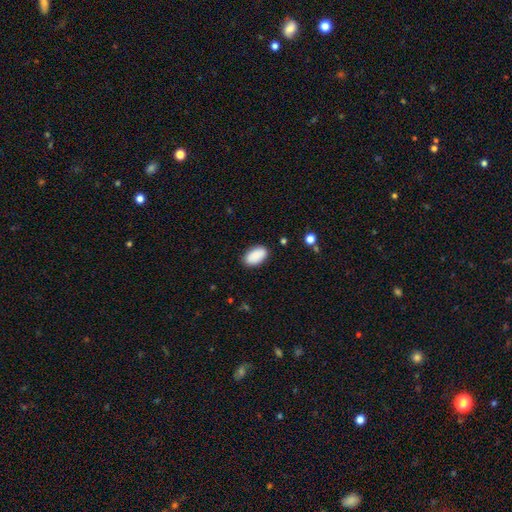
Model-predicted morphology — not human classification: Smooth or featured? smooth (90%)
How rounded? in between (95%)
Merging? none (86%)